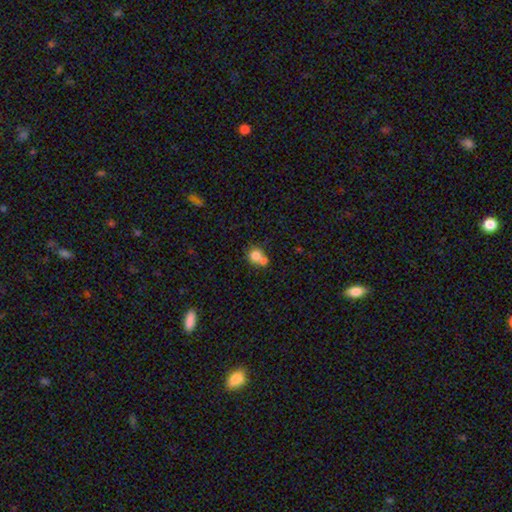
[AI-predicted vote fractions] A smooth galaxy with no disk features (76%) that is round (81%). Merging: merger (54%).